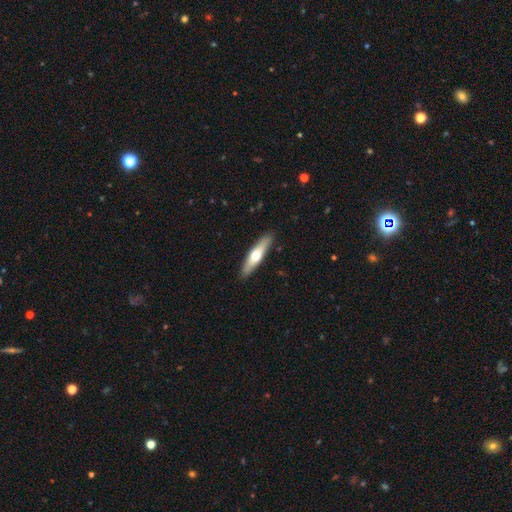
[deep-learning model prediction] smooth 50%, featured or disk 46%, star or artifact 5%. Down the decision tree: merging — none (90%).